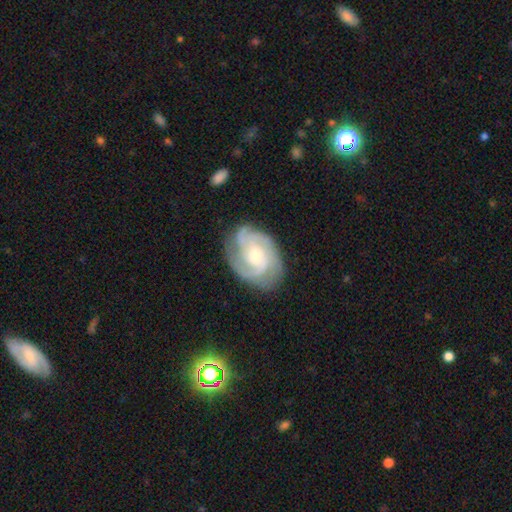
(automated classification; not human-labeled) Morphology: type=featured or disk (87%); edge-on=no (97%); bar=no (58%); spiral arms=yes (97%); winding=tight (56%); arm count=3 (45%); bulge=small (53%); merging=none (77%).